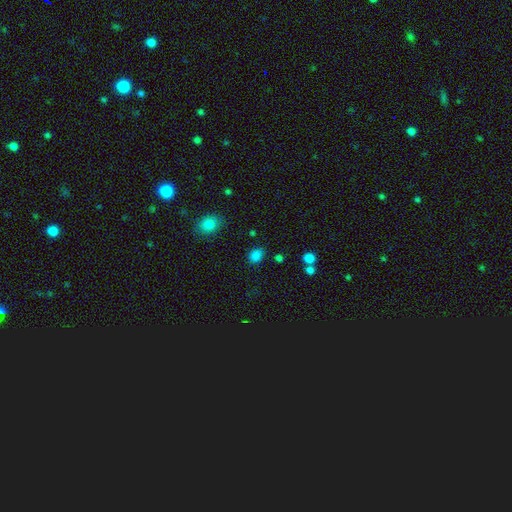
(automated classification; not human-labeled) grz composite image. It shows a smooth galaxy with no disk features (83%) that is in between round and cigar-shaped (60%). Merging: none (81%).